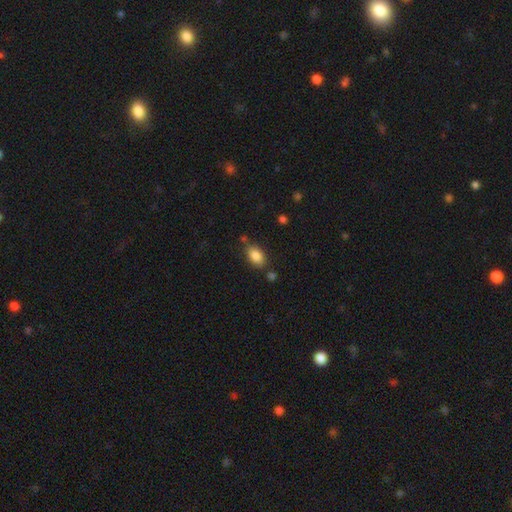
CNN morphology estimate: Q: Smooth or featured?
A: smooth (86%); runner-up: star or artifact (8%)
Q: How rounded?
A: in between (89%); runner-up: round (8%)
Q: Merging?
A: none (74%); runner-up: minor disturbance (15%)